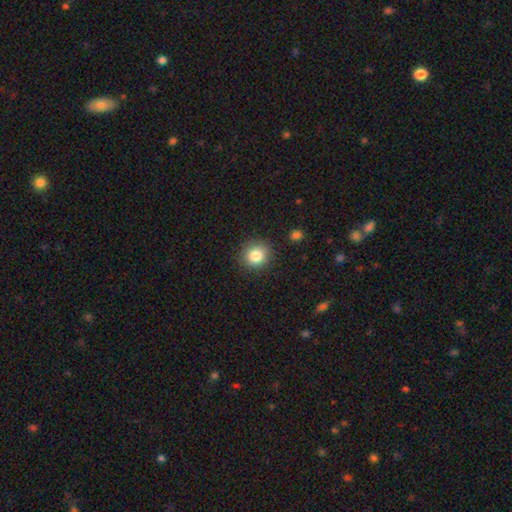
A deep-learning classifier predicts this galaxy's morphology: Smooth or featured? smooth (83%)
How rounded? round (87%)
Merging? none (88%)